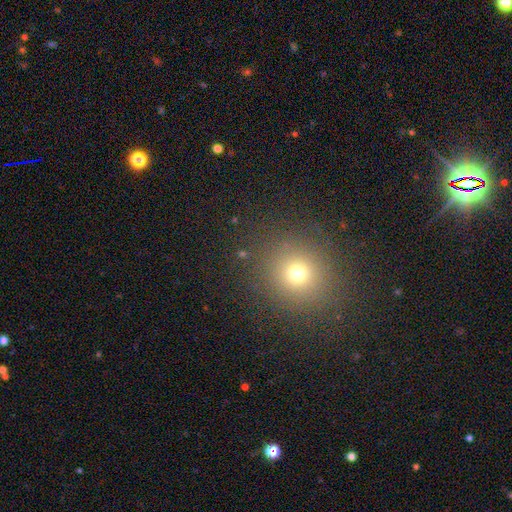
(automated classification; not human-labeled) Smooth or featured?
  - smooth: 60% *
  - star or artifact: 33%
  - featured or disk: 7%
How rounded?
  - round: 85% *
  - in between: 13%
  - cigar-shaped: 1%
Merging?
  - none: 91% *
  - minor disturbance: 6%
  - major disturbance: 2%
  - merger: 1%